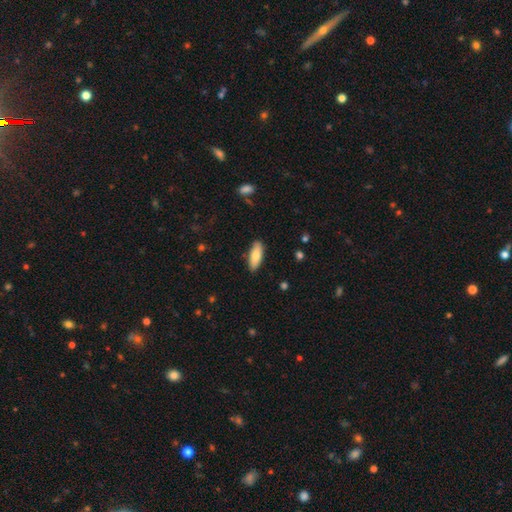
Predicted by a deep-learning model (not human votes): smooth 79%, featured or disk 15%, star or artifact 6%. Down the decision tree: how rounded — in between (70%); merging — none (86%).